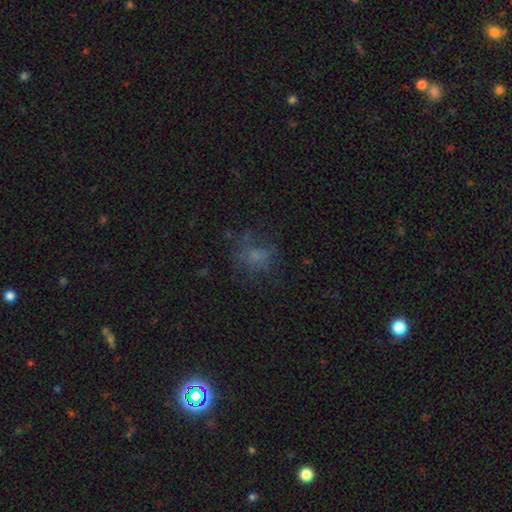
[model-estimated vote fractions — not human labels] smooth 54%, star or artifact 24%, featured or disk 23%. Down the decision tree: how rounded — round (67%); merging — none (60%).